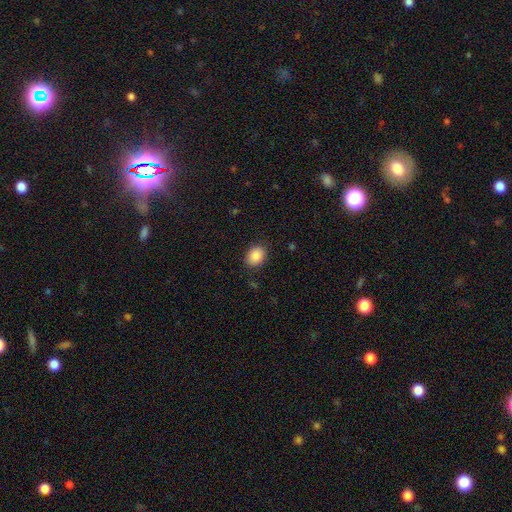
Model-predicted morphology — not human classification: Q: Smooth or featured?
A: smooth (88%); runner-up: star or artifact (8%)
Q: How rounded?
A: in between (59%); runner-up: round (40%)
Q: Merging?
A: none (86%); runner-up: minor disturbance (10%)